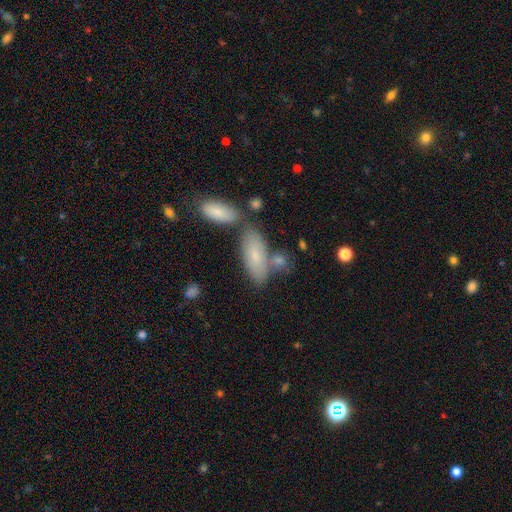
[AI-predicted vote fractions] Smooth or featured: smooth — 74% (featured or disk — 19%)
How rounded: in between — 78% (cigar-shaped — 20%)
Merging: none — 58% (merger — 21%)